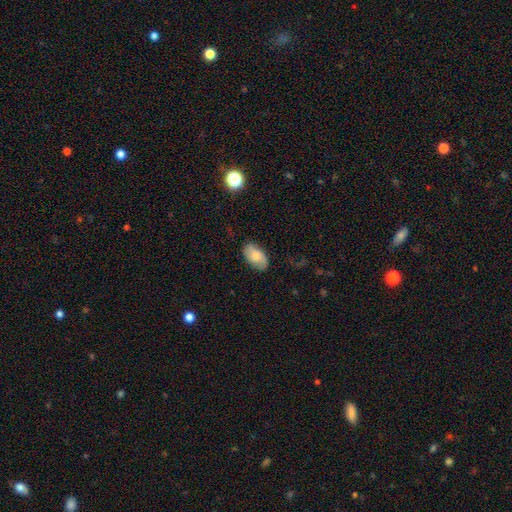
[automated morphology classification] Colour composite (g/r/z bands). It shows a smooth galaxy with no disk features (77%) that is in between round and cigar-shaped (94%). Merging: none (81%).